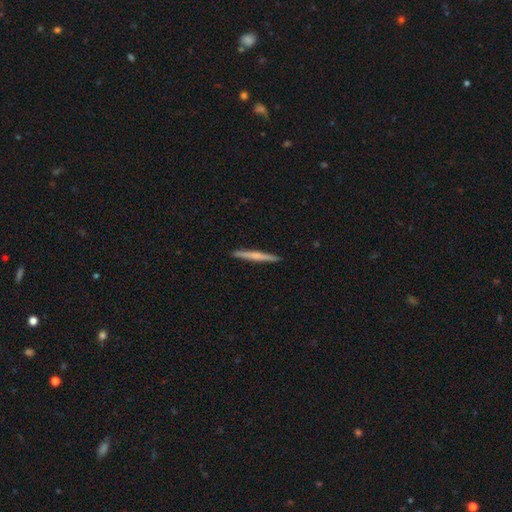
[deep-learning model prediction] Morphology: type=smooth (51%); roundness=cigar-shaped (96%); merging=none (93%).